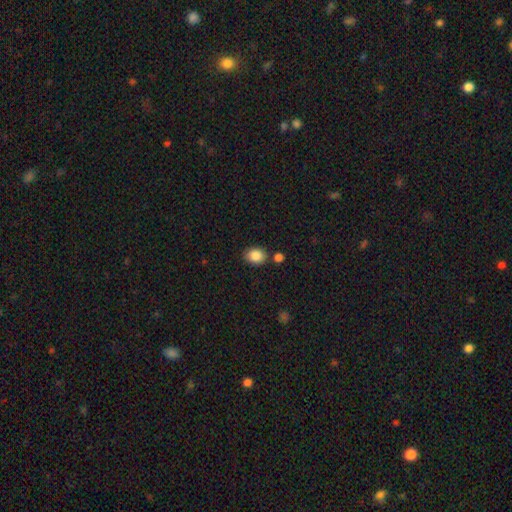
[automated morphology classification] smooth_or_featured: smooth (p=0.87) [alt: star or artifact p=0.08]
how_rounded: in between (p=0.60) [alt: round p=0.39]
merging: none (p=0.77) [alt: minor disturbance p=0.11]